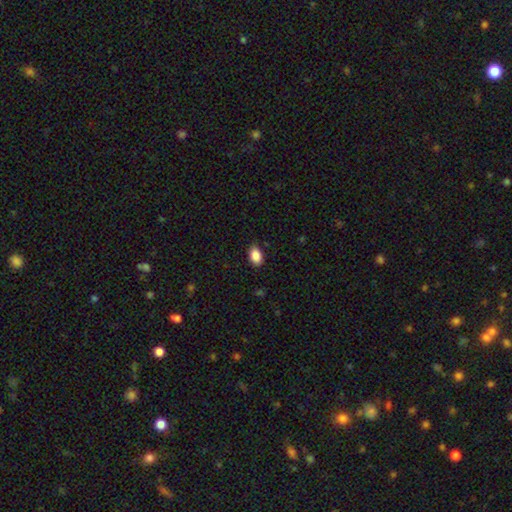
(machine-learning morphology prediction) smooth-or-featured: smooth: 89% | star or artifact: 8% | featured or disk: 3%
  how-rounded: in between: 88% | round: 10% | cigar-shaped: 1%
  merging: none: 84% | minor disturbance: 13% | major disturbance: 2% | merger: 1%